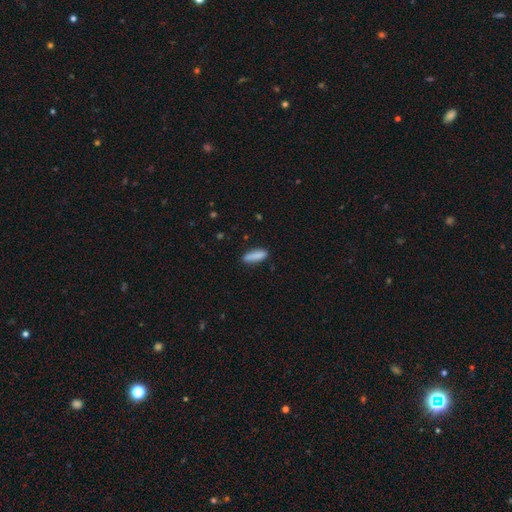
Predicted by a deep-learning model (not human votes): Morphology: type=smooth (87%); roundness=cigar-shaped (58%); merging=none (83%).